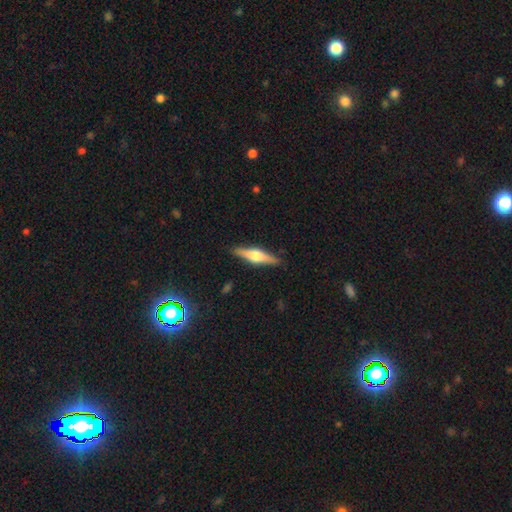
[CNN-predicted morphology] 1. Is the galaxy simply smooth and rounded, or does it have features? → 61% featured or disk, 33% smooth, 6% star or artifact.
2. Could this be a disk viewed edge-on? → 96% yes, 4% no.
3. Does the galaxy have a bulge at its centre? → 92% rounded, 6% boxy, 2% none.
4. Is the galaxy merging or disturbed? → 89% none, 8% minor disturbance, 2% major disturbance, 1% merger.